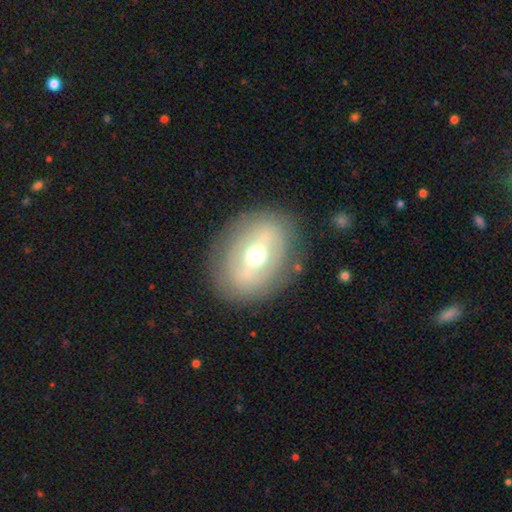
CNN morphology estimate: Smooth or featured?
  - featured or disk: 57% *
  - smooth: 35%
  - star or artifact: 8%
Edge-on disk?
  - no: 89% *
  - yes: 11%
Bar?
  - strong: 34% * (tied)
  - no: 34% * (tied)
  - weak: 32%
Spiral arms?
  - no: 77% *
  - yes: 23%
Bulge size?
  - moderate: 71% *
  - small: 14%
  - large: 13%
  - dominant: 2%
  - none: 1%
Merging?
  - none: 80% *
  - minor disturbance: 12%
  - major disturbance: 6%
  - merger: 1%